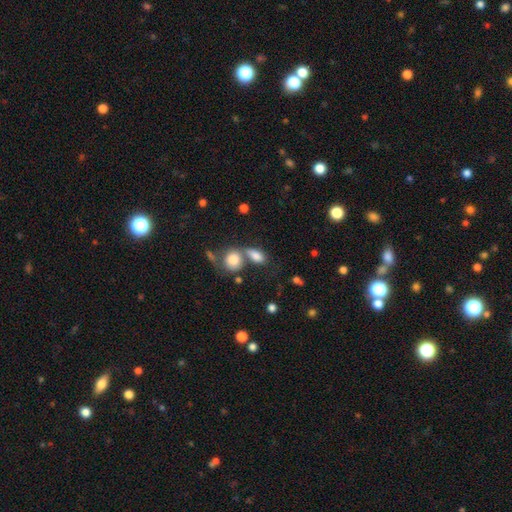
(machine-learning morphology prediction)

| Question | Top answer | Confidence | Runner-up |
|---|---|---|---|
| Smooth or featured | smooth | 81% | featured or disk (9%) |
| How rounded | in between | 79% | round (16%) |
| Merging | merger | 43% | none (38%) |